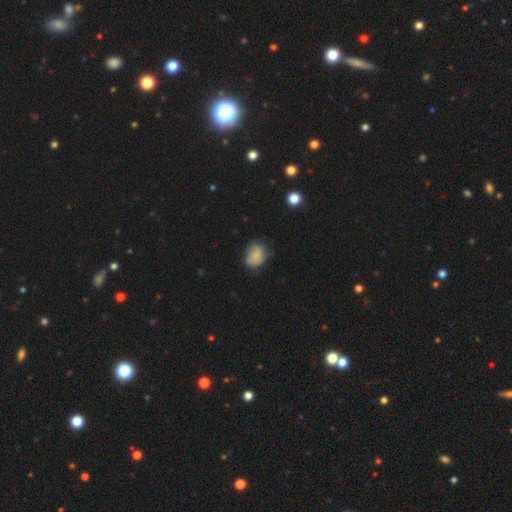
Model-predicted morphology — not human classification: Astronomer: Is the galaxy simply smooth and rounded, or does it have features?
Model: smooth — 81%.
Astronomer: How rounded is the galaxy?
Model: in between — 55% (runner-up: round, 44%).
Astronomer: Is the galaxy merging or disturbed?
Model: none — 64%.